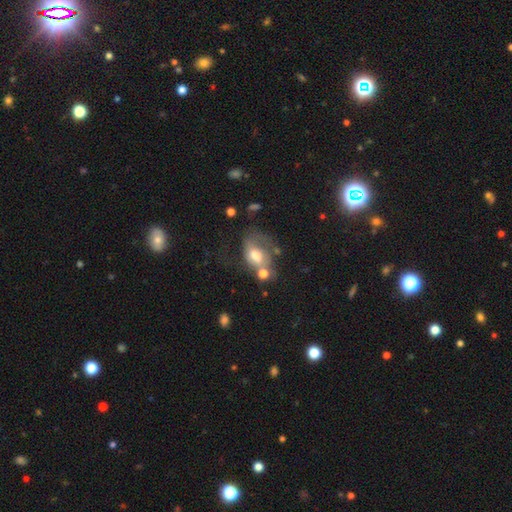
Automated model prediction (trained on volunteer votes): Smooth or featured?
  - smooth: 52% *
  - featured or disk: 37%
  - star or artifact: 11%
How rounded?
  - in between: 73% *
  - round: 25%
  - cigar-shaped: 2%
Merging?
  - major disturbance: 28% *
  - merger: 27%
  - none: 24%
  - minor disturbance: 20%